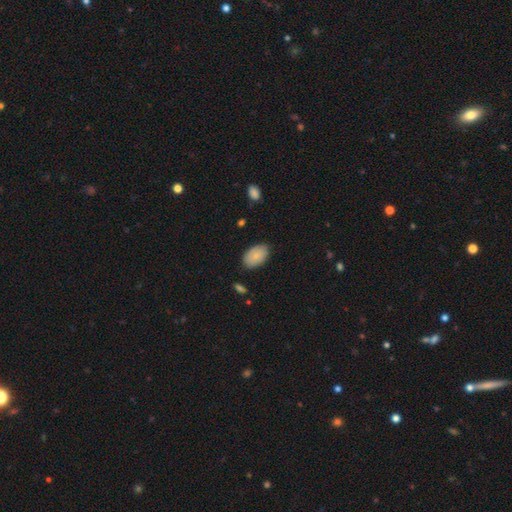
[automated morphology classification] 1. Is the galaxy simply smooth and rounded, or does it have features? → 82% smooth, 12% featured or disk, 6% star or artifact.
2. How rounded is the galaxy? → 92% in between, 6% round, 1% cigar-shaped.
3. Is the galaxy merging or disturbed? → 79% none, 17% minor disturbance, 3% major disturbance, 1% merger.